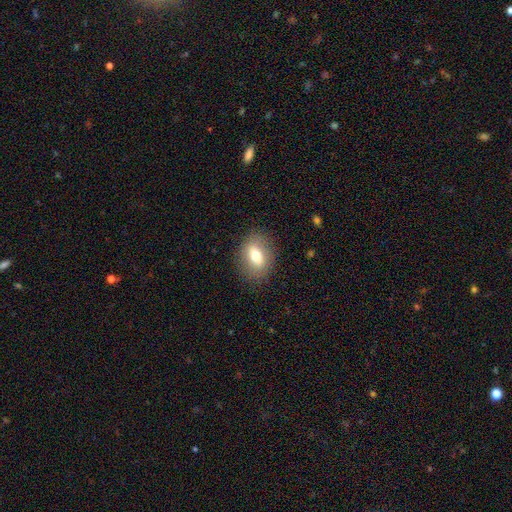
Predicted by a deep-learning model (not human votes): Smooth or featured? Predicted: smooth (p=0.69). How rounded? Predicted: in between (p=0.75). Merging? Predicted: none (p=0.85).